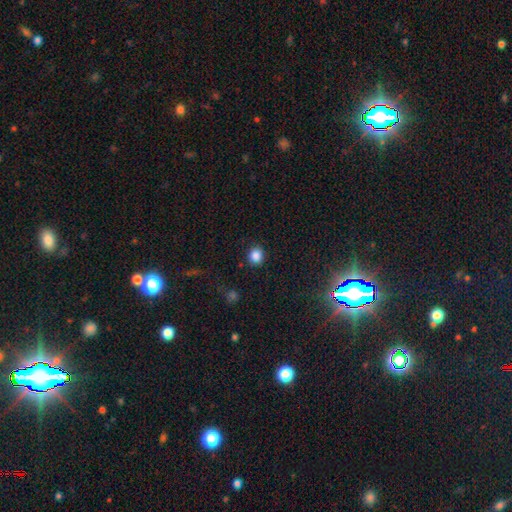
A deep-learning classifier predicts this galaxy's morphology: Smooth or featured: smooth — 85% (star or artifact — 11%)
How rounded: round — 85% (in between — 14%)
Merging: none — 89% (minor disturbance — 7%)